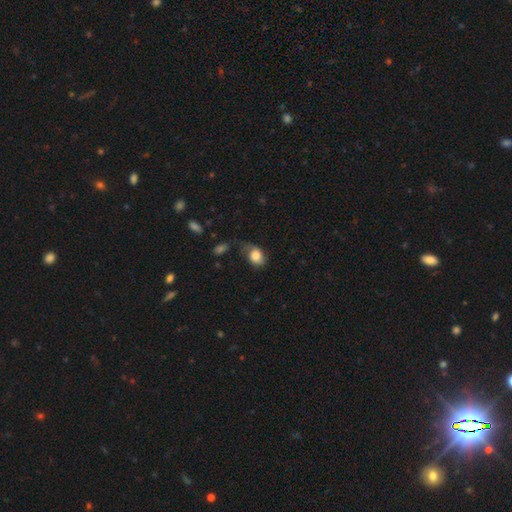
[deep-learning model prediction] This appears to be a smooth galaxy with no disk features (79%) that is in between round and cigar-shaped (69%). Merging: none (41%).